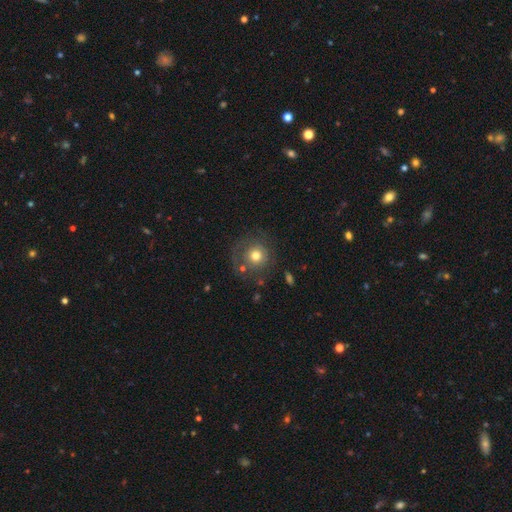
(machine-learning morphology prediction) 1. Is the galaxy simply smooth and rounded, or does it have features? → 62% smooth, 28% featured or disk, 10% star or artifact.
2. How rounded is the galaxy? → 92% round, 7% in between, 1% cigar-shaped.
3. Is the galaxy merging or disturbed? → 67% none, 16% minor disturbance, 13% major disturbance, 4% merger.